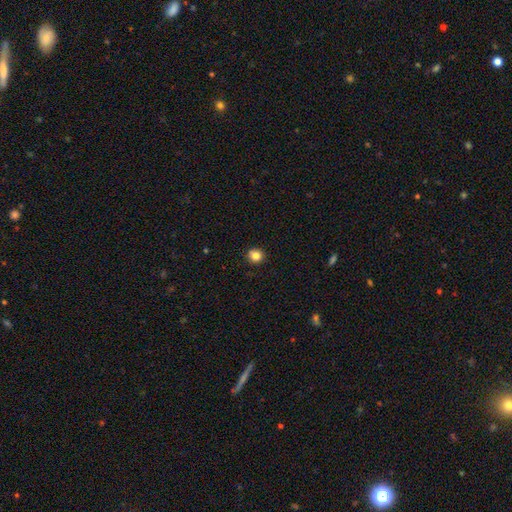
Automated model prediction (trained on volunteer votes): Smooth or featured? smooth (83%)
How rounded? round (89%)
Merging? none (90%)